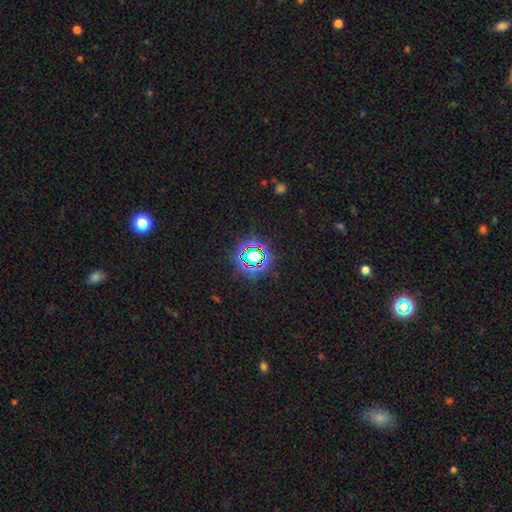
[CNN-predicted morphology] A star or artifact, not a galaxy (74%).